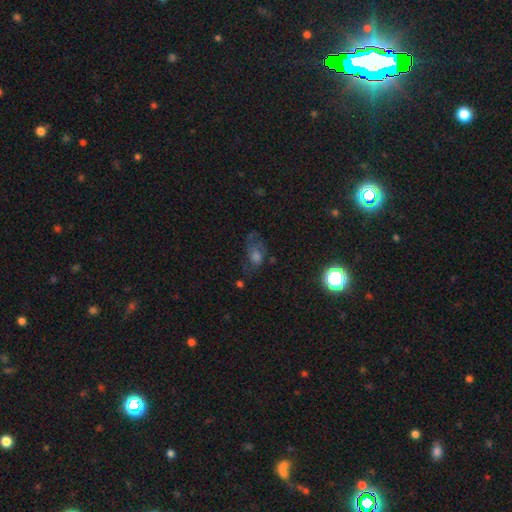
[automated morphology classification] type=smooth (41%); merging=none (47%).